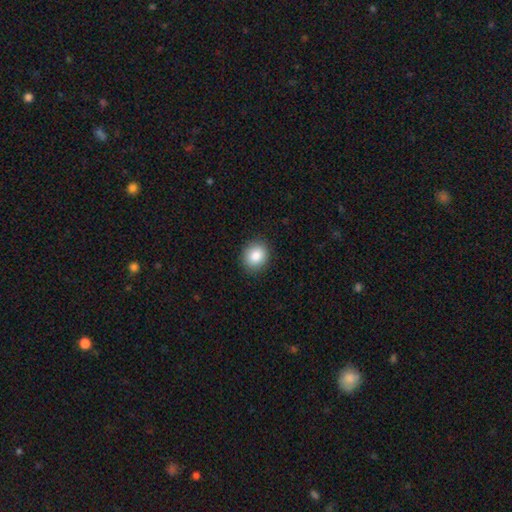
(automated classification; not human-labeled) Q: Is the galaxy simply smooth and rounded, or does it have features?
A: smooth — 86%.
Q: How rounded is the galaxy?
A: round — 73%.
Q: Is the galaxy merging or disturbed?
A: none — 89%.